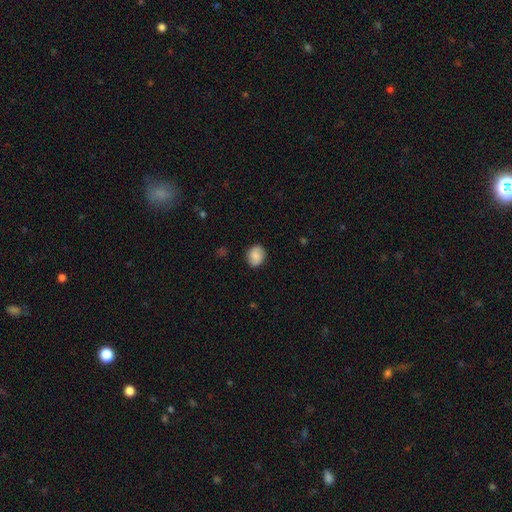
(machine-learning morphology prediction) Smooth or featured: smooth — 80% (featured or disk — 12%)
How rounded: round — 61% (in between — 38%)
Merging: none — 86% (minor disturbance — 10%)